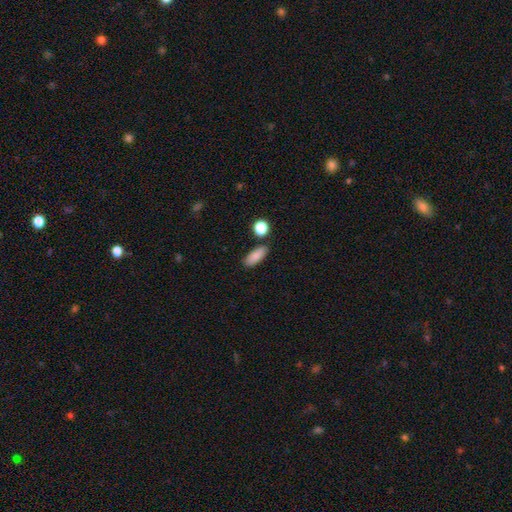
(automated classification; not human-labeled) This is clearly a smooth galaxy (86%). How rounded: likely in between (77%). Merging: clearly none (82%).